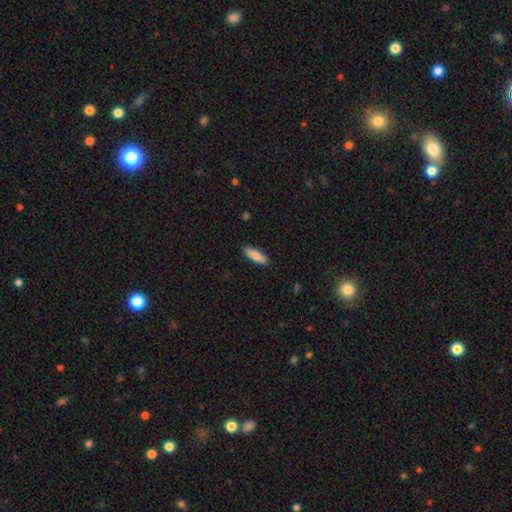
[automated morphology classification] type=smooth (84%); roundness=cigar-shaped (53%); merging=none (88%).